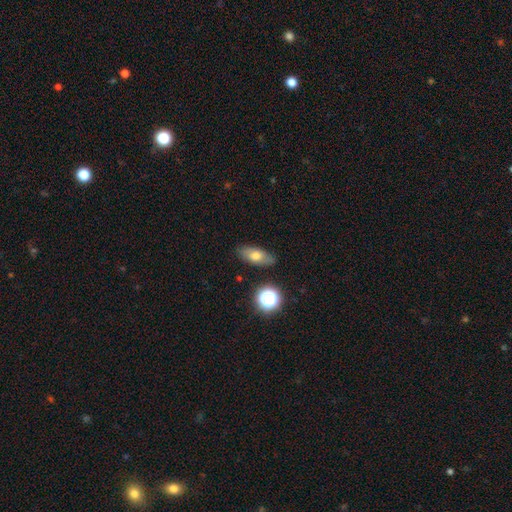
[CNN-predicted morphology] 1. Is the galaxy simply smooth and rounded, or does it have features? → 66% smooth, 23% featured or disk, 10% star or artifact.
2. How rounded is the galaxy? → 76% in between, 16% cigar-shaped, 9% round.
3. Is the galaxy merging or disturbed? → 83% none, 12% minor disturbance, 3% major disturbance, 2% merger.